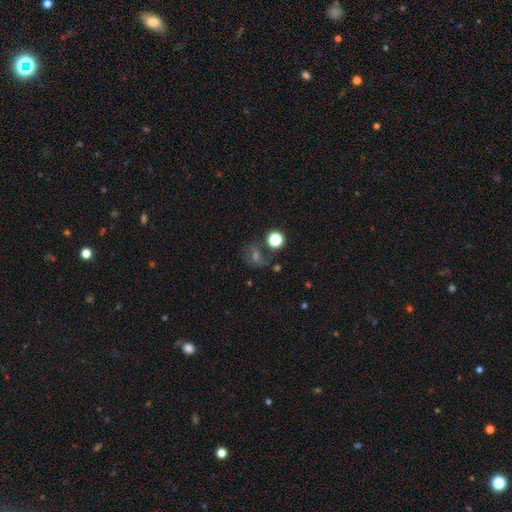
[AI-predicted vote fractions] Morphology: type=smooth (36%); merging=none (64%).